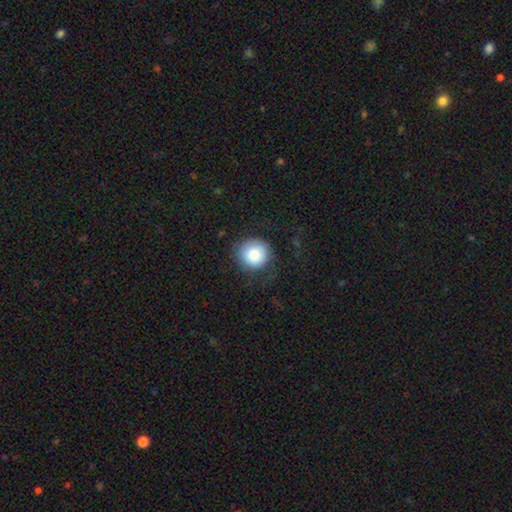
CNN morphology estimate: The model was most divided on "merging": none: 78%, minor disturbance: 13%, major disturbance: 7%, merger: 1%. More confident: how rounded — round (93%); smooth or featured — smooth (81%).